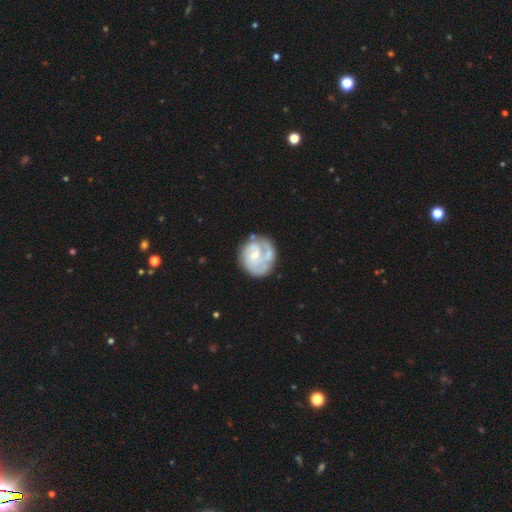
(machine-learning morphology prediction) smooth-or-featured: featured or disk: 72% | smooth: 22% | star or artifact: 6%
  disk-edge-on: no: 98% | yes: 2%
    bar: no: 62% | weak: 32% | strong: 6%
    has-spiral-arms: yes: 81% | no: 19%
      spiral-winding: tight: 53% | medium: 32% | loose: 15%
      spiral-arm-count: 2: 34% | can't tell: 28% | 1: 21% | 3: 12% | 4: 3% | more than 4: 3%
    bulge-size: small: 52% | moderate: 35% | none: 8% | large: 3% | dominant: 1%
  merging: none: 57% | minor disturbance: 21% | major disturbance: 14% | merger: 7%